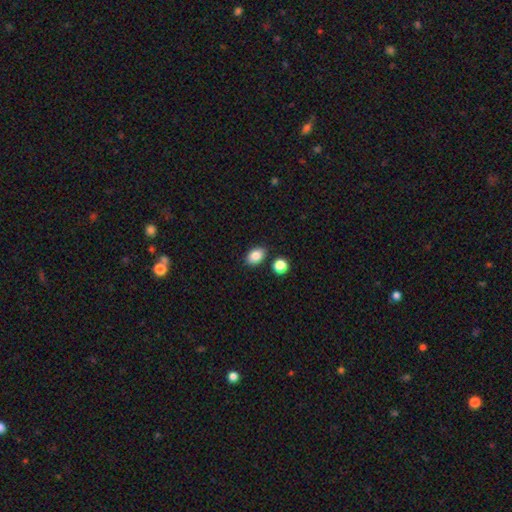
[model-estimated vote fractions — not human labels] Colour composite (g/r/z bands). It shows a smooth galaxy with no disk features (85%) that is in between round and cigar-shaped (80%). Merging: none (83%).